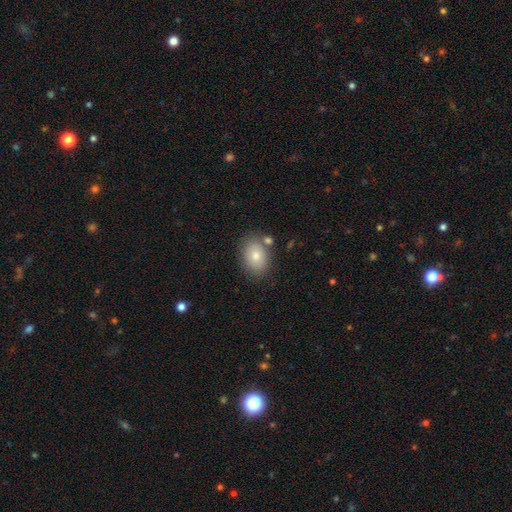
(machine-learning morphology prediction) Smooth or featured? Predicted: smooth (p=0.78). How rounded? Predicted: in between (p=0.74). Merging? Predicted: none (p=0.76).